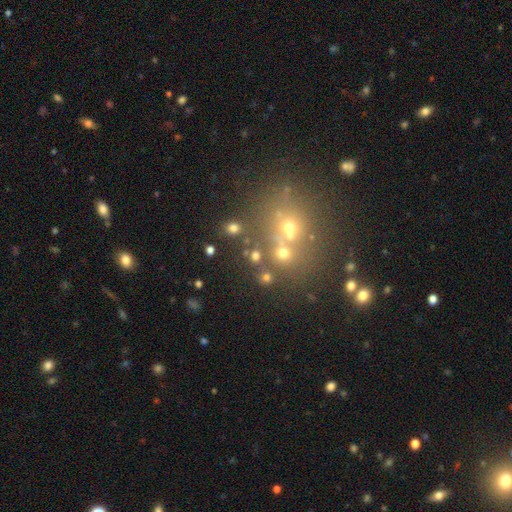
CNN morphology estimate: This is likely a smooth galaxy (65%). How rounded: likely round (79%). Merging: likely none (71%).